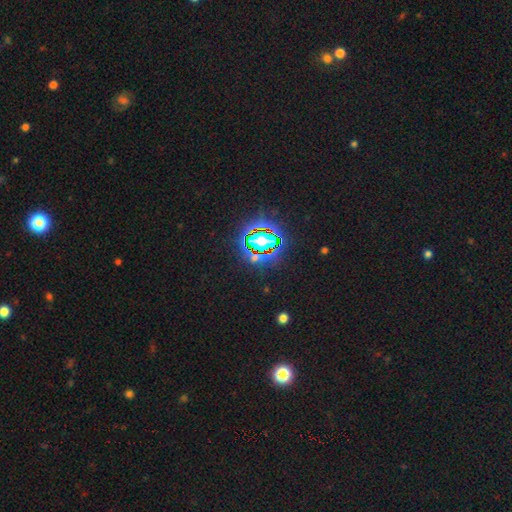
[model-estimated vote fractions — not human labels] smooth-or-featured: star or artifact: 77% | smooth: 14% | featured or disk: 9%